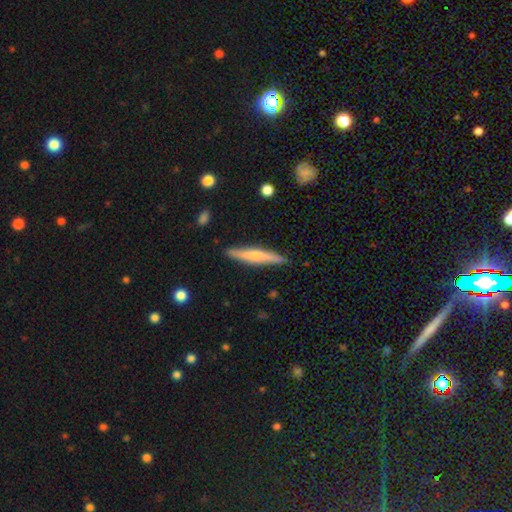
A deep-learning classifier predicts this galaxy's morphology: Smooth or featured? smooth (52%)
How rounded? cigar-shaped (93%)
Merging? none (88%)